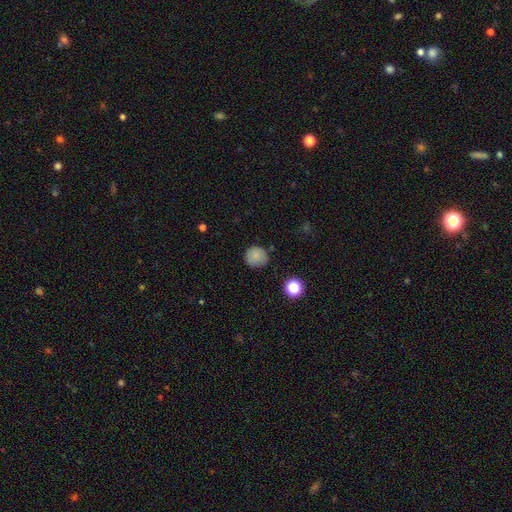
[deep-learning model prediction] Smooth or featured: smooth — 82% (star or artifact — 11%)
How rounded: round — 92% (in between — 7%)
Merging: none — 81% (minor disturbance — 14%)